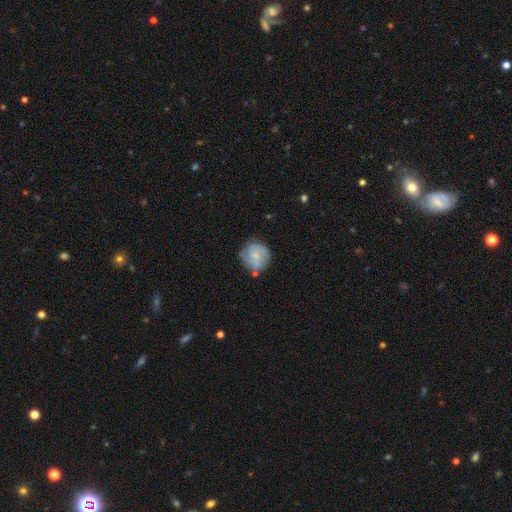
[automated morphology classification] This is possibly a featured or disk galaxy (47%). Merging: likely none (64%).